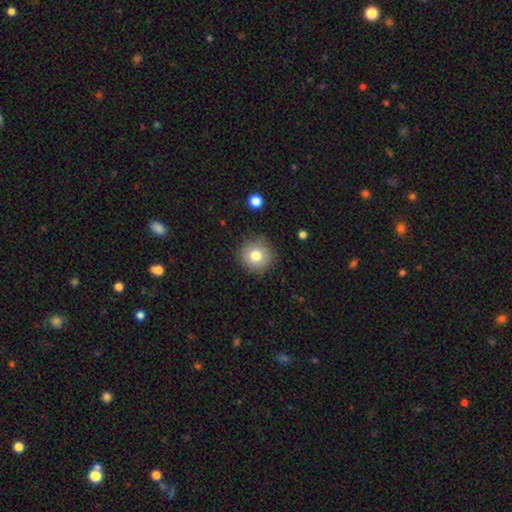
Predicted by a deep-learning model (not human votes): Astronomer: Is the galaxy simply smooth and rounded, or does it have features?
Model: smooth — 78%.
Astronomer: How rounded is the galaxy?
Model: round — 93%.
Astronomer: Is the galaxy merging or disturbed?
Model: none — 87%.